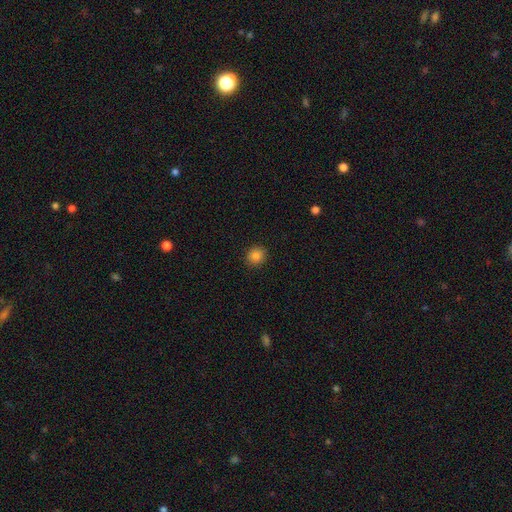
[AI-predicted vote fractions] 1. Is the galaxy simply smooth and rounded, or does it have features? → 84% smooth, 11% star or artifact, 5% featured or disk.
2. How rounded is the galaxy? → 81% round, 18% in between, 1% cigar-shaped.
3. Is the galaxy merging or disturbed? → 91% none, 7% minor disturbance, 2% major disturbance, 1% merger.